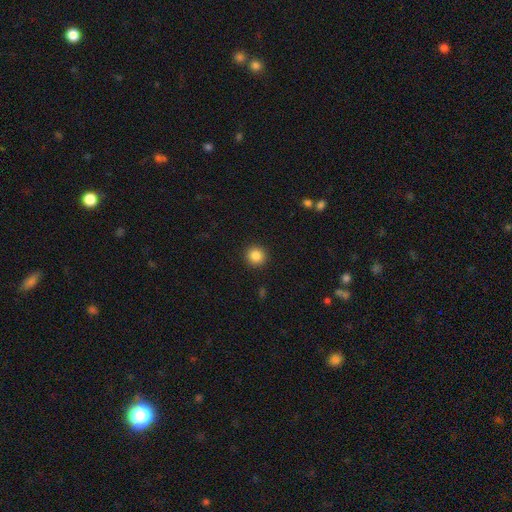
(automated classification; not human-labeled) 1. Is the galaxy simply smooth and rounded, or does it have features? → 85% smooth, 10% star or artifact, 5% featured or disk.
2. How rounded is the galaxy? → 94% round, 5% in between, 1% cigar-shaped.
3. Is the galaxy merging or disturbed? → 92% none, 5% minor disturbance, 2% major disturbance, 1% merger.